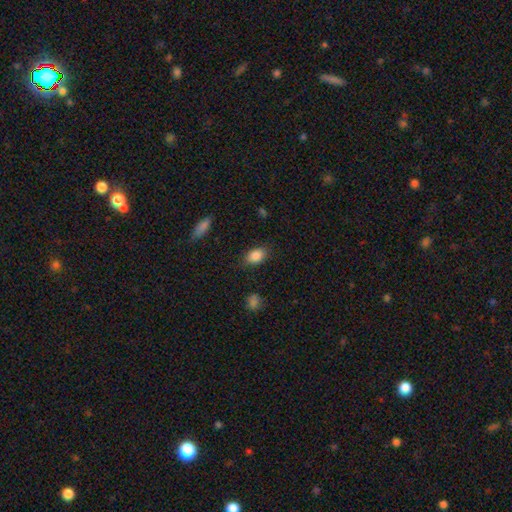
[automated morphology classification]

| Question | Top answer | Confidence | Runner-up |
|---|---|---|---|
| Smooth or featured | smooth | 87% | star or artifact (8%) |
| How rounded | in between | 83% | round (15%) |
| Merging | none | 80% | minor disturbance (15%) |